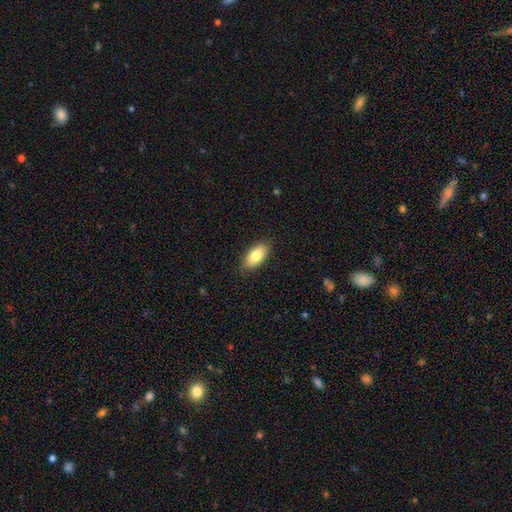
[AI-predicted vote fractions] Smooth or featured? smooth (81%)
How rounded? in between (90%)
Merging? none (86%)